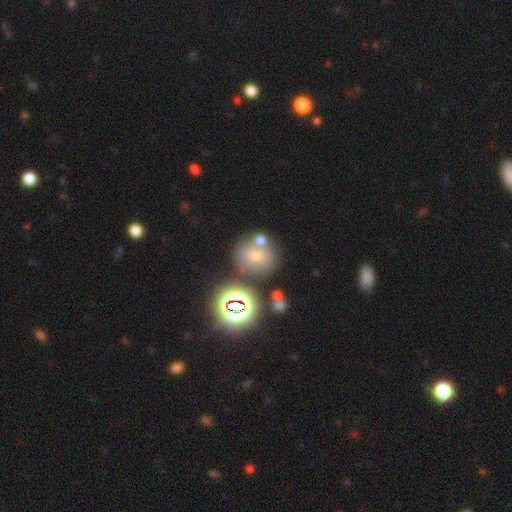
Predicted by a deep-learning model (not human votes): Smooth or featured: smooth — 48% (star or artifact — 33%)
Merging: none — 64% (merger — 20%)